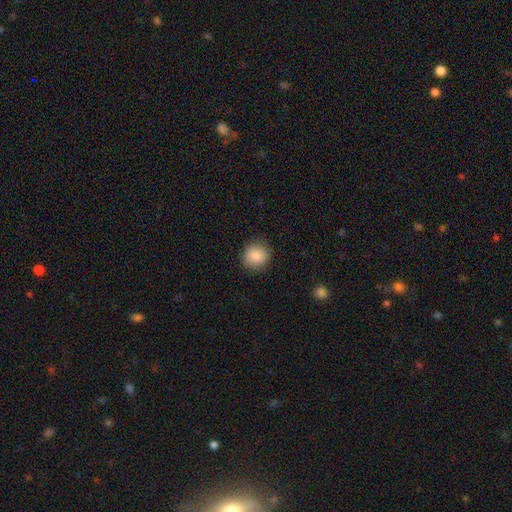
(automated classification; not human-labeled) Morphology: type=smooth (86%); roundness=round (85%); merging=none (86%).